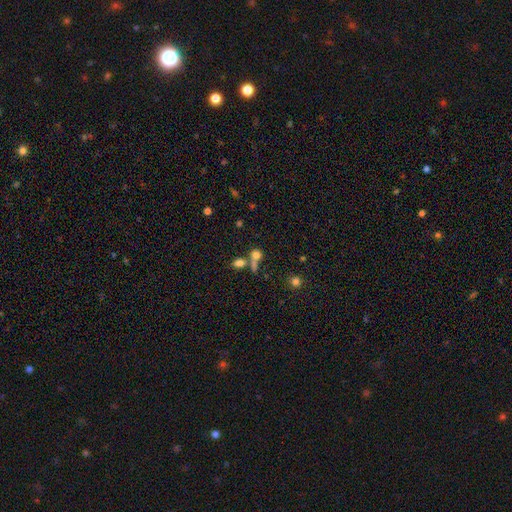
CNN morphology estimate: Smooth or featured: smooth — 72% (star or artifact — 15%)
How rounded: round — 65% (in between — 30%)
Merging: merger — 45% (none — 40%)